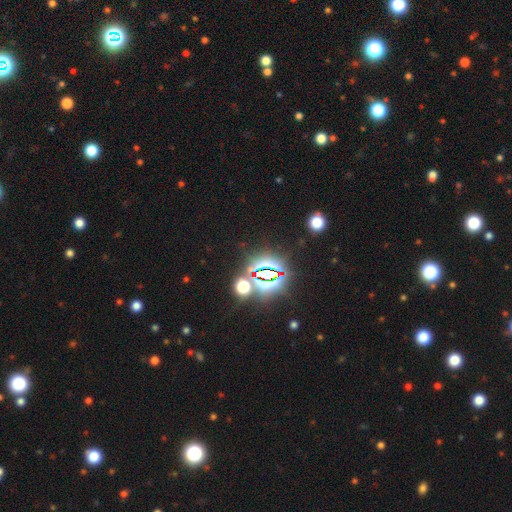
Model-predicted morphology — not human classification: The model was most divided on "smooth or featured": star or artifact: 82%, smooth: 12%, featured or disk: 7%.